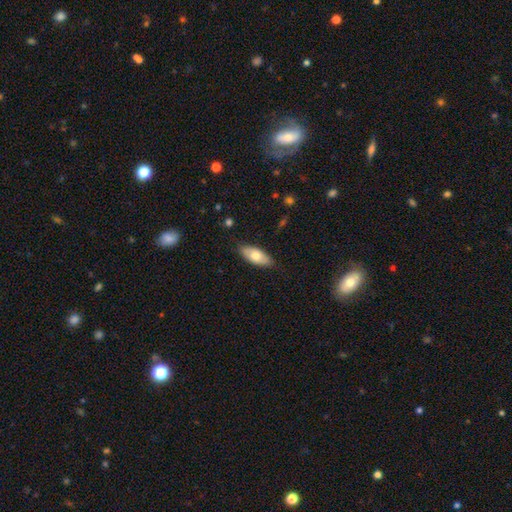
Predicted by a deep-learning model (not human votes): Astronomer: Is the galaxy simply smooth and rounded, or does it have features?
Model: smooth — 70%.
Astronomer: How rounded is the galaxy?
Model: in between — 86%.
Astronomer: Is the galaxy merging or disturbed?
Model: none — 82%.